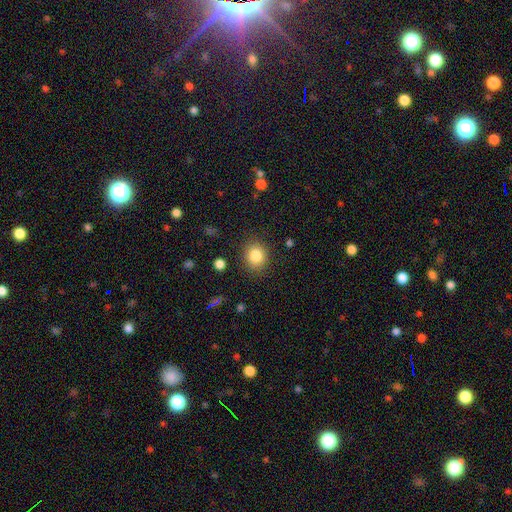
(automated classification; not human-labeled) A smooth galaxy with no disk features (84%) that is round (74%).

Vote fractions:
- Smooth or featured? smooth: 84% / star or artifact: 10% / featured or disk: 6%
- How rounded? round: 74% / in between: 25% / cigar-shaped: 1%
- Merging? none: 86% / minor disturbance: 9% / major disturbance: 3% / merger: 2%